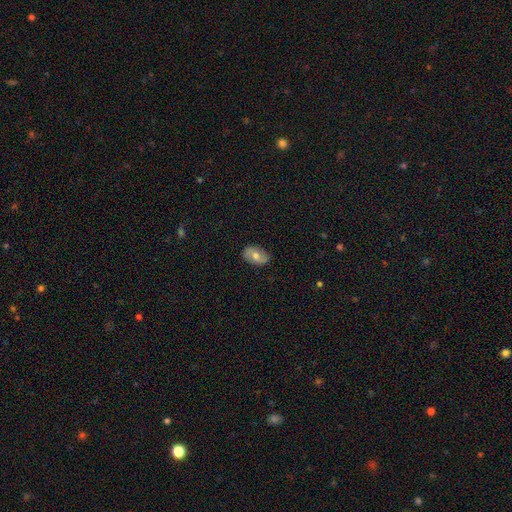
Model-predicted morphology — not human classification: Smooth or featured? Predicted: smooth (p=0.53). How rounded? Predicted: in between (p=0.87). Merging? Predicted: none (p=0.83).